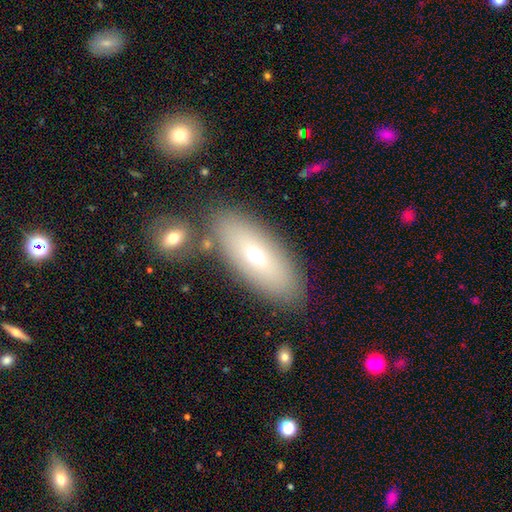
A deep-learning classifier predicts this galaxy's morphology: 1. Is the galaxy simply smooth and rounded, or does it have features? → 62% smooth, 28% featured or disk, 10% star or artifact.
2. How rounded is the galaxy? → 77% in between, 20% cigar-shaped, 4% round.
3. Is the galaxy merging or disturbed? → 81% none, 10% minor disturbance, 7% merger, 3% major disturbance.